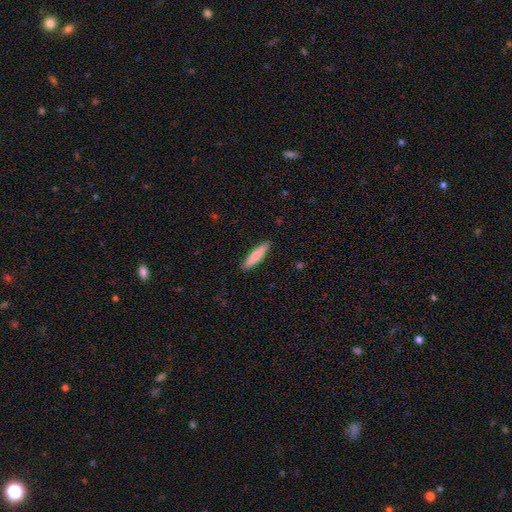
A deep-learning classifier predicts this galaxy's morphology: A smooth galaxy with no disk features (82%) that is cigar-shaped (85%). Merging: none (91%).